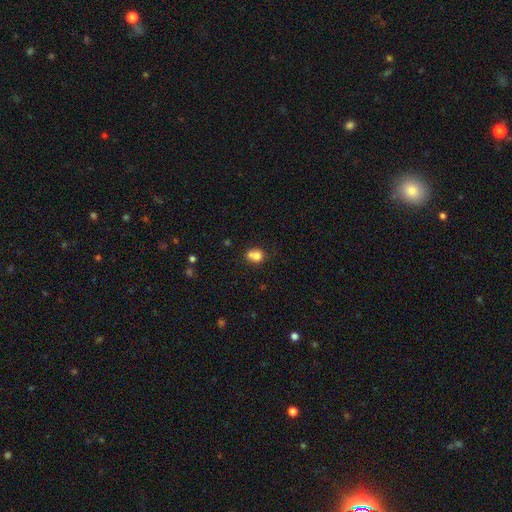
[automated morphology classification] Smooth or featured: smooth — 76% (featured or disk — 14%)
How rounded: round — 66% (in between — 33%)
Merging: merger — 48% (none — 36%)